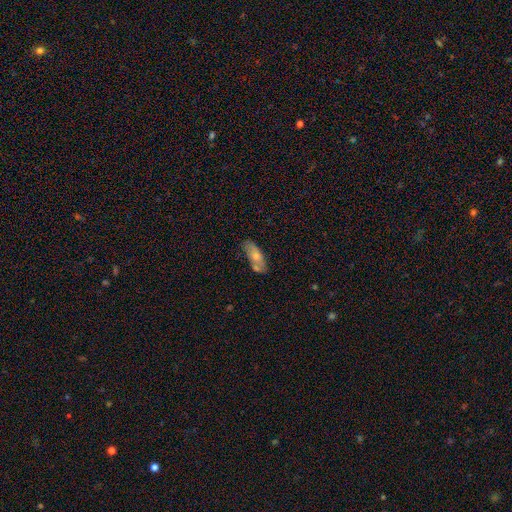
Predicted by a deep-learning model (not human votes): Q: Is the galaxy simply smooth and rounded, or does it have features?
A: smooth — 67%.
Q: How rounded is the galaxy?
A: in between — 74%.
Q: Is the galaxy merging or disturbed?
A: none — 59%.